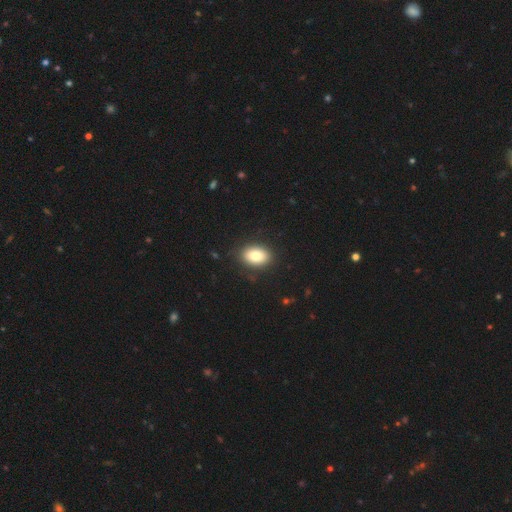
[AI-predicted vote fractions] A smooth galaxy with no disk features (83%) that is in between round and cigar-shaped (83%). Merging: none (86%).